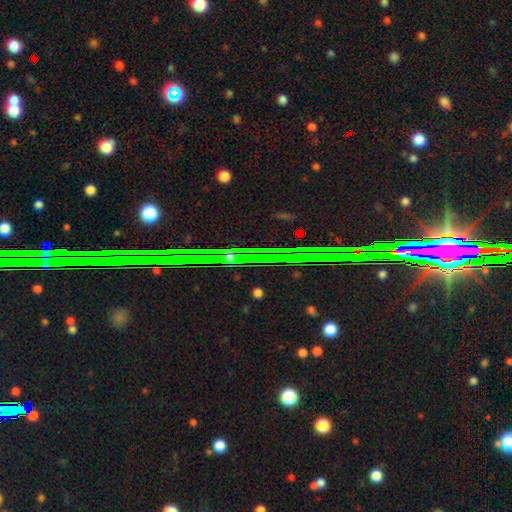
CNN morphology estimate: This is likely a star or artifact rather than a galaxy (79%).